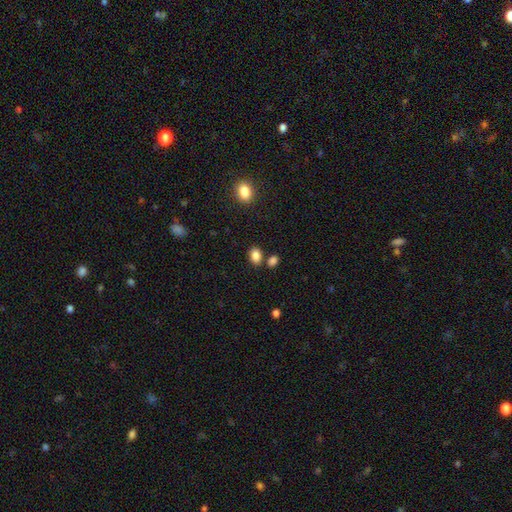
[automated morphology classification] This is clearly a smooth galaxy (85%). How rounded: likely in between (73%). Merging: likely none (73%).